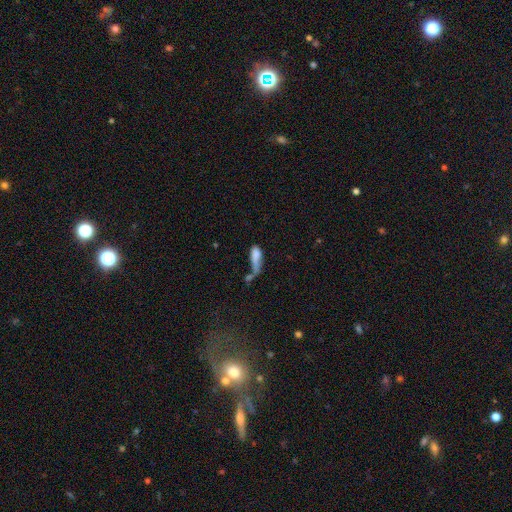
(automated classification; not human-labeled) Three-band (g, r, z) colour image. It shows a smooth galaxy with no disk features (70%) that is in between round and cigar-shaped (67%). Merging: merger (34%).